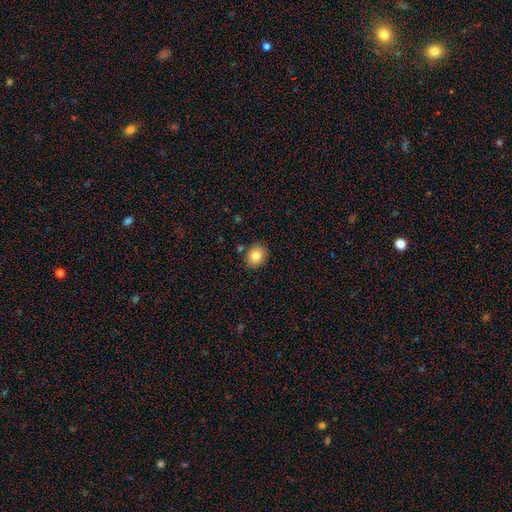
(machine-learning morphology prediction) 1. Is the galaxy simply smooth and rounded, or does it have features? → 83% smooth, 9% star or artifact, 8% featured or disk.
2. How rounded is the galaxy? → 64% round, 35% in between, 1% cigar-shaped.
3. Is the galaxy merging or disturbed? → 86% none, 9% minor disturbance, 3% merger, 2% major disturbance.